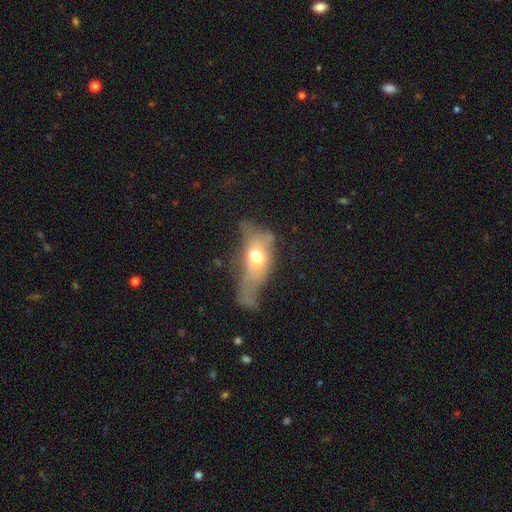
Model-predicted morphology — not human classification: This is possibly a smooth galaxy (50%). How rounded: likely in between (74%). Merging: possibly major disturbance (51%).